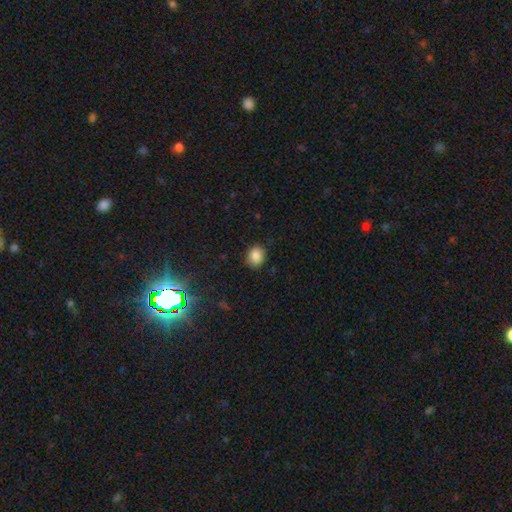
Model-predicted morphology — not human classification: smooth 86%, star or artifact 10%, featured or disk 4%. Down the decision tree: how rounded — round (63%); merging — none (88%).